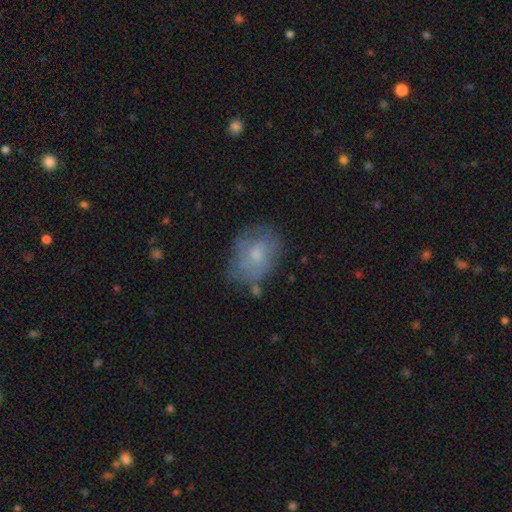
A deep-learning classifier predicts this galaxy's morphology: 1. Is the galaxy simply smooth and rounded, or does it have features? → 54% smooth, 36% featured or disk, 10% star or artifact.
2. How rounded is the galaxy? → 64% in between, 35% round, 1% cigar-shaped.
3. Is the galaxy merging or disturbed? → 58% none, 26% minor disturbance, 12% major disturbance, 4% merger.